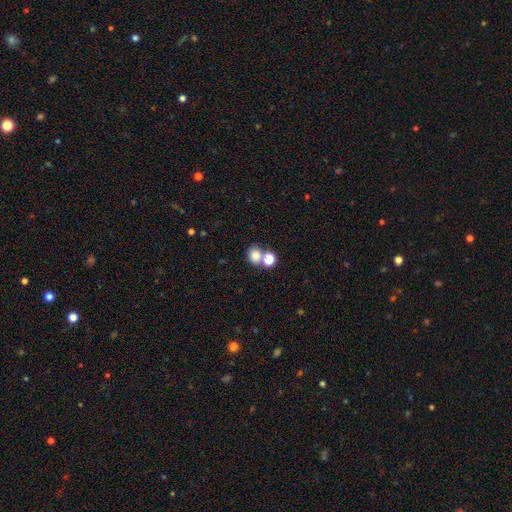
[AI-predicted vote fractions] Morphology: type=smooth (79%); roundness=round (69%); merging=none (50%).